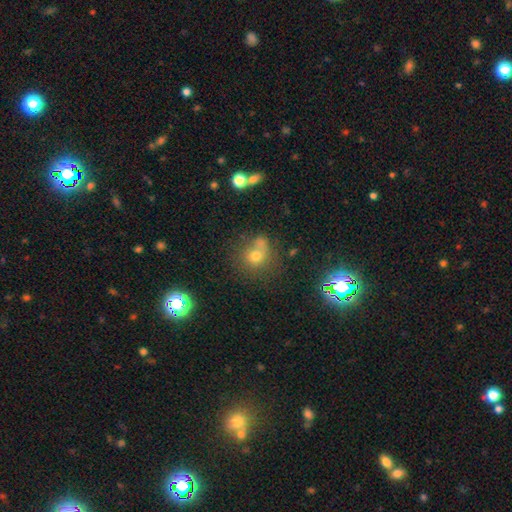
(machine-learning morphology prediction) This is likely a smooth galaxy (61%). How rounded: likely round (80%). Merging: possibly none (50%).